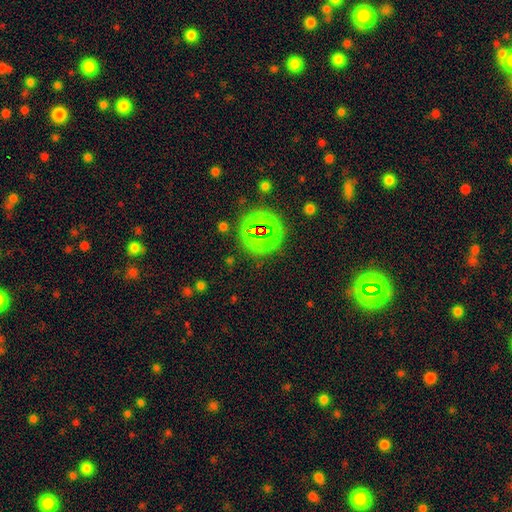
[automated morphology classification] Smooth or featured? Predicted: star or artifact (p=0.69).